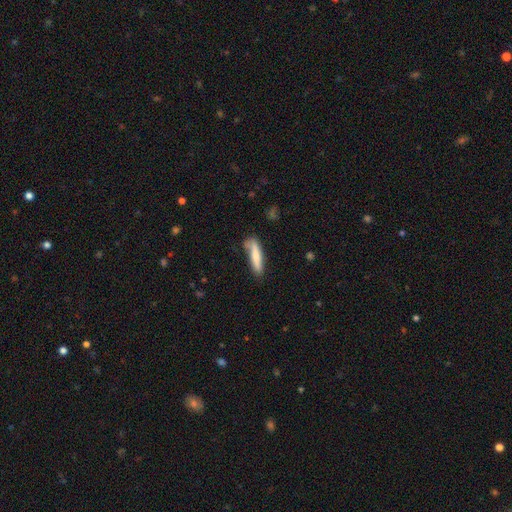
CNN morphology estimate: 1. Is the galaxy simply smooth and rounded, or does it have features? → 76% smooth, 18% featured or disk, 6% star or artifact.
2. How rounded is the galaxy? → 84% cigar-shaped, 14% in between, 1% round.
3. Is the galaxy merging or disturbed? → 69% none, 21% minor disturbance, 5% major disturbance, 4% merger.